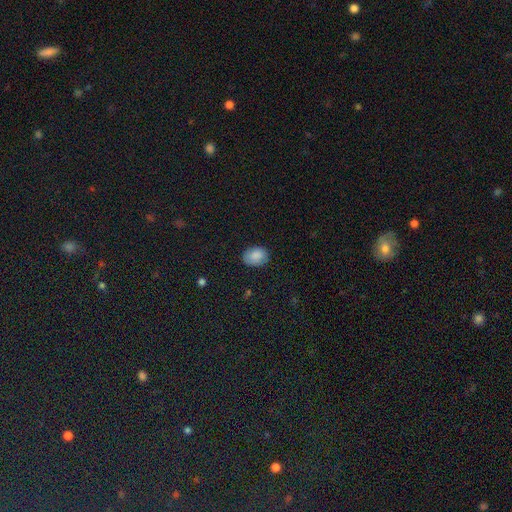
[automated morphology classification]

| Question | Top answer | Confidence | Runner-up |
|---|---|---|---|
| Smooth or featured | smooth | 86% | star or artifact (8%) |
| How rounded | in between | 71% | round (28%) |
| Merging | none | 82% | minor disturbance (14%) |